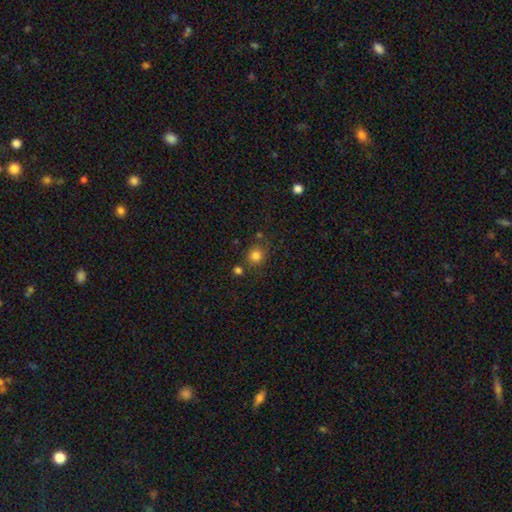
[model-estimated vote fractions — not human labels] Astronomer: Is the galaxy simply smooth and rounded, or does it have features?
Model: smooth — 82%.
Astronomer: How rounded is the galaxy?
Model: round — 89%.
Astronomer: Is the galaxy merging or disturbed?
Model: none — 76%.